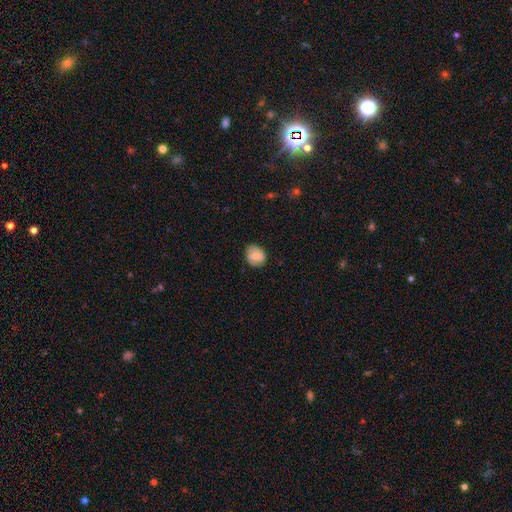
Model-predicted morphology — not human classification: Smooth or featured? smooth (72%)
How rounded? round (54%)
Merging? none (80%)